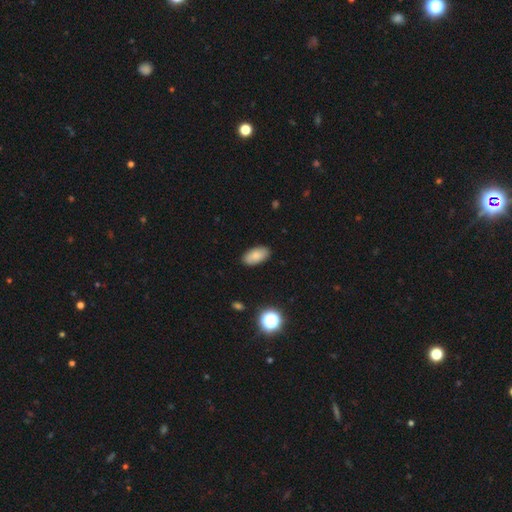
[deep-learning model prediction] The model was most divided on "smooth or featured": smooth: 82%, featured or disk: 9%, star or artifact: 8%. More confident: how rounded — in between (93%); merging — none (89%).